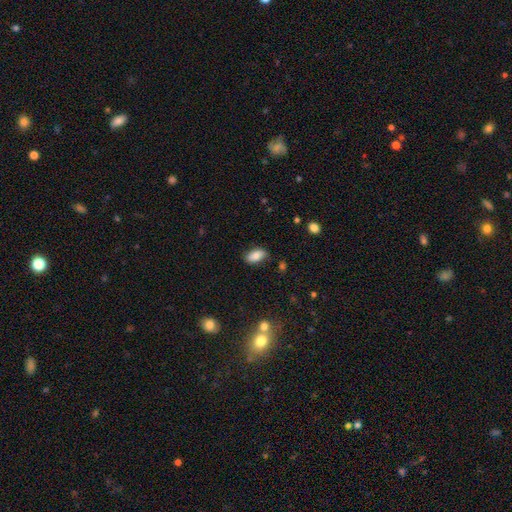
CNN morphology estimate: Smooth or featured? Predicted: smooth (p=0.82). How rounded? Predicted: in between (p=0.93). Merging? Predicted: none (p=0.80).